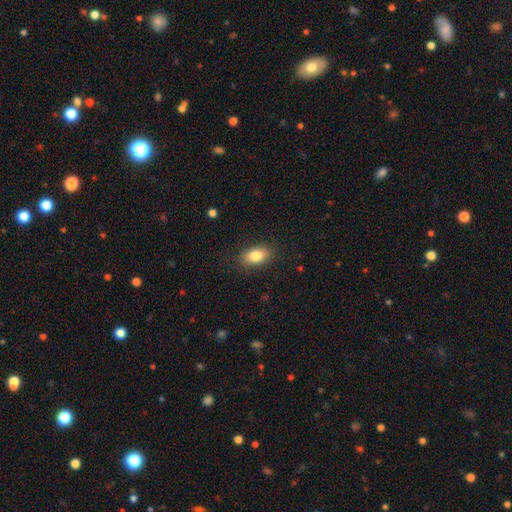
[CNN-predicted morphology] The model was most divided on "smooth or featured": smooth: 83%, featured or disk: 9%, star or artifact: 8%. More confident: how rounded — in between (89%); merging — none (86%).